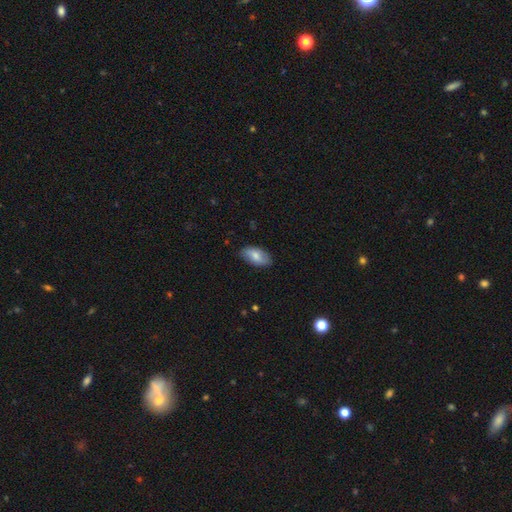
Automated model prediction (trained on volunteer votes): This is likely a smooth galaxy (72%). How rounded: clearly in between (94%). Merging: clearly none (81%).